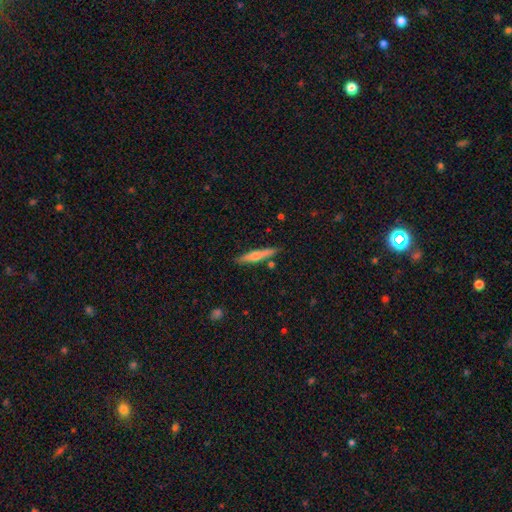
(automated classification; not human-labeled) Smooth or featured? Predicted: featured or disk (p=0.47). Merging? Predicted: none (p=0.85).